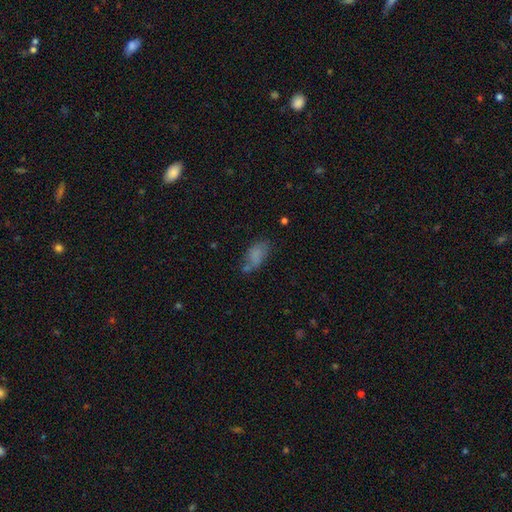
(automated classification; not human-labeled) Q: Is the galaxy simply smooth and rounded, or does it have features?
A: smooth — 73%.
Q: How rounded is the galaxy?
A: in between — 88%.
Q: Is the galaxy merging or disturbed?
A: none — 48%.